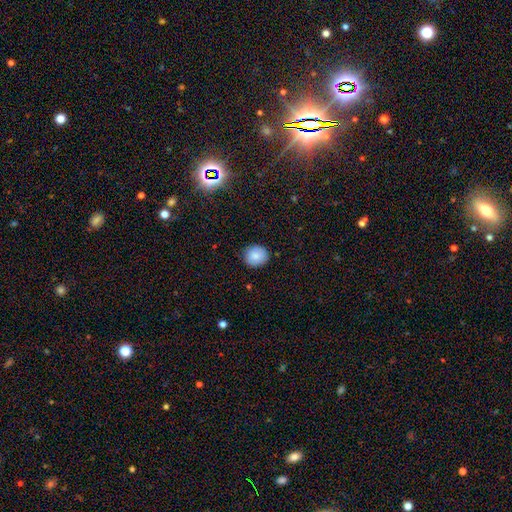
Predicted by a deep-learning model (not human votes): A smooth galaxy with no disk features (85%) that is round (82%). Merging: none (86%).